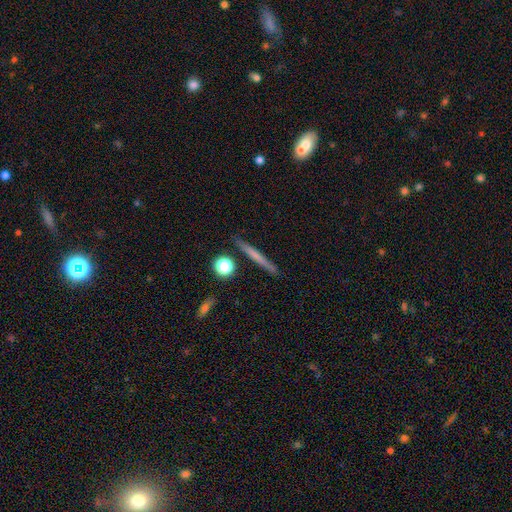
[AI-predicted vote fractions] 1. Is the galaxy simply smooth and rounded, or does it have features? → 52% smooth, 41% featured or disk, 7% star or artifact.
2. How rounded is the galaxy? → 93% cigar-shaped, 4% round, 3% in between.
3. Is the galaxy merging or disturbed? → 89% none, 7% minor disturbance, 2% merger, 2% major disturbance.